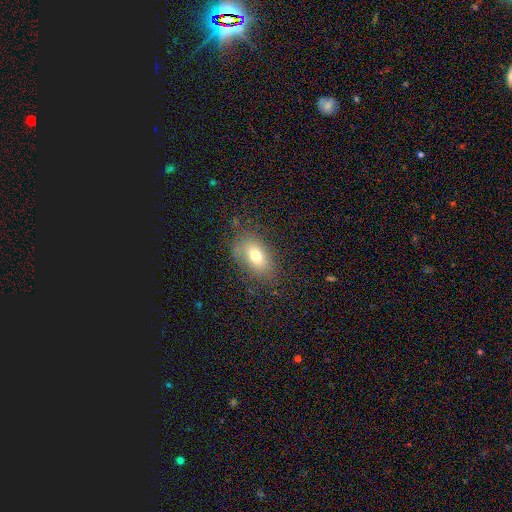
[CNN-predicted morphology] Smooth or featured? smooth (72%)
How rounded? in between (85%)
Merging? none (75%)